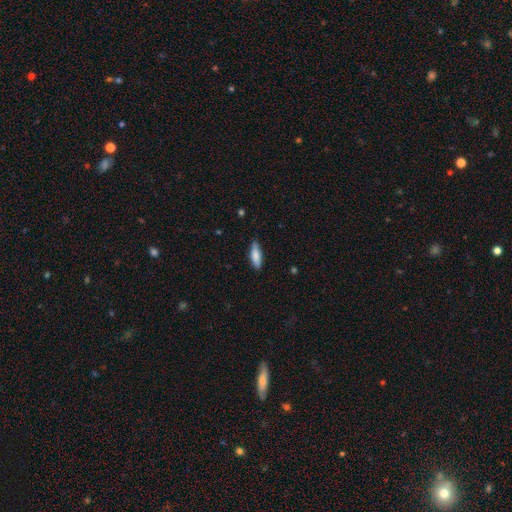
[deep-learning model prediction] A smooth galaxy with no disk features (82%) that is in between round and cigar-shaped (49%, tied with cigar-shaped). Merging: none (81%).